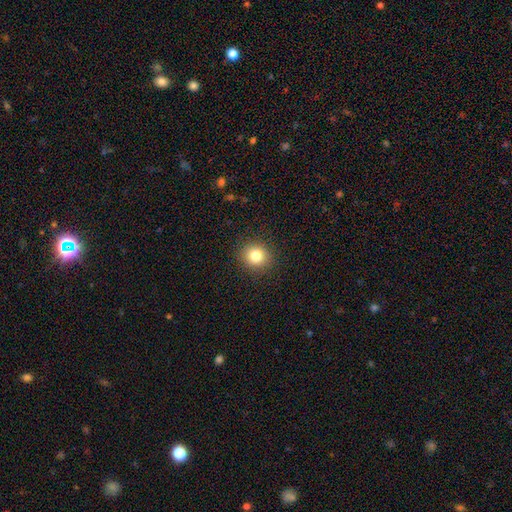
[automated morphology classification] smooth_or_featured: smooth (p=0.82) [alt: star or artifact p=0.11]
how_rounded: round (p=0.83) [alt: in between p=0.16]
merging: none (p=0.90) [alt: minor disturbance p=0.07]